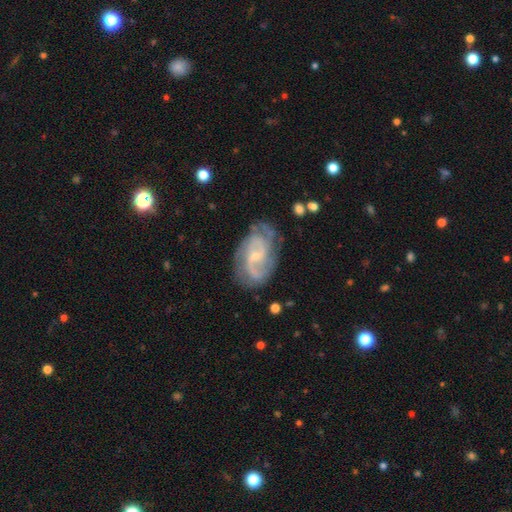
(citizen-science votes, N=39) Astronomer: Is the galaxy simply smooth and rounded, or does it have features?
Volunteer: featured or disk — 95%.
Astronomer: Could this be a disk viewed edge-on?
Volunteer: no — 100%.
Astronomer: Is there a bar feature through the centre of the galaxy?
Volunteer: weak — 57% (runner-up: no, 38%).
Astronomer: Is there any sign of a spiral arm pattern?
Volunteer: yes — 100%.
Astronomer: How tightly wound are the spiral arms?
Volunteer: medium — 51% (runner-up: loose, 41%).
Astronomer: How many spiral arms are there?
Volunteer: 2 — 78%.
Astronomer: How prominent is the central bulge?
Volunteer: small — 81%.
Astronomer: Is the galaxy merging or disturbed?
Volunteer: none — 61%.